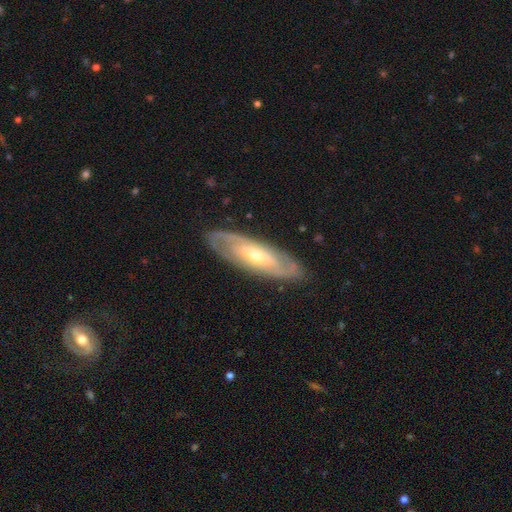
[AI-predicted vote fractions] Q: Smooth or featured?
A: featured or disk (74%); runner-up: smooth (21%)
Q: Edge-on disk?
A: no (80%); runner-up: yes (20%)
Q: Bar?
A: no (52%); runner-up: weak (33%)
Q: Spiral arms?
A: yes (78%); runner-up: no (22%)
Q: Bulge size?
A: moderate (52%); runner-up: small (42%)
Q: Merging?
A: none (85%); runner-up: minor disturbance (11%)